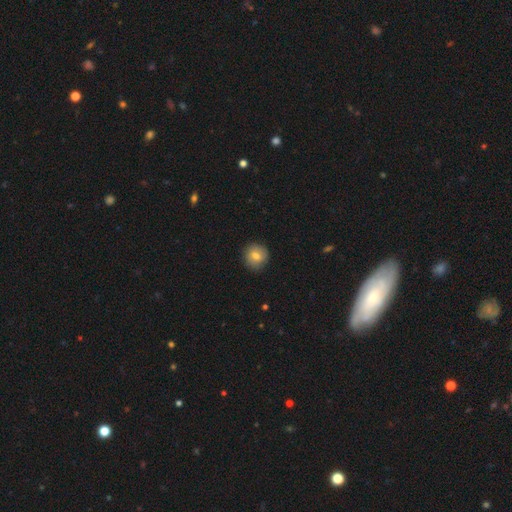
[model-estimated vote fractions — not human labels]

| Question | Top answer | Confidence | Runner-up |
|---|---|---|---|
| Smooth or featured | smooth | 76% | featured or disk (15%) |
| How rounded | round | 91% | in between (8%) |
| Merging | none | 87% | minor disturbance (10%) |